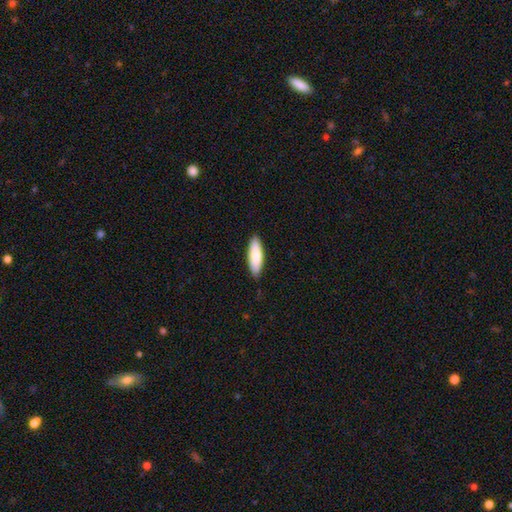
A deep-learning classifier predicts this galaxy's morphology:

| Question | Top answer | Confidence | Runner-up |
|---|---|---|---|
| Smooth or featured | smooth | 82% | featured or disk (12%) |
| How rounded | in between | 52% | cigar-shaped (47%) |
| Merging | none | 86% | minor disturbance (11%) |